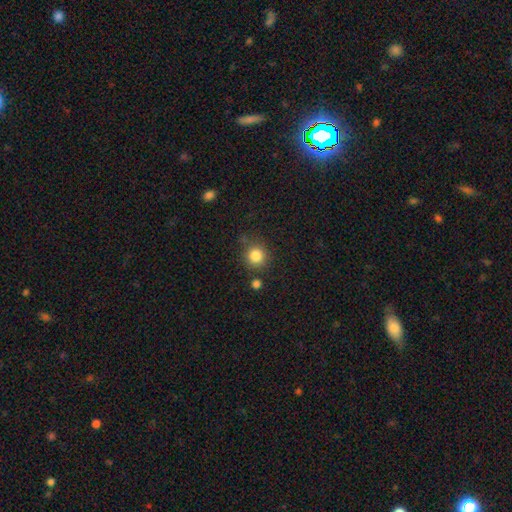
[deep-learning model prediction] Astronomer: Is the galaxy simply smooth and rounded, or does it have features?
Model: smooth — 84%.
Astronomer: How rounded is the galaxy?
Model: round — 92%.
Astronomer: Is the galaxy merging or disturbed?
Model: none — 79%.